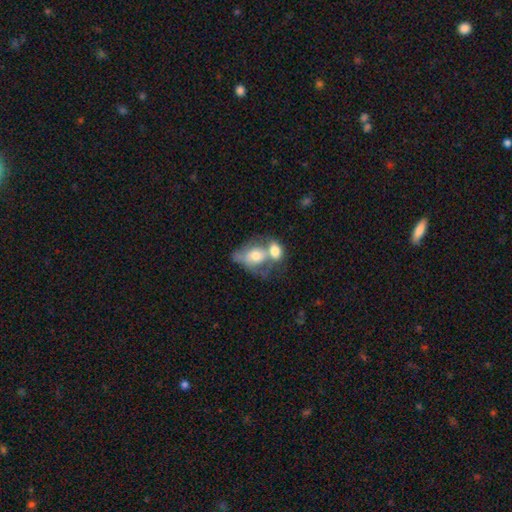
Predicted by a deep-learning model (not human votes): A smooth galaxy with no disk features (62%) that is in between round and cigar-shaped (71%). Merging: merger (70%).